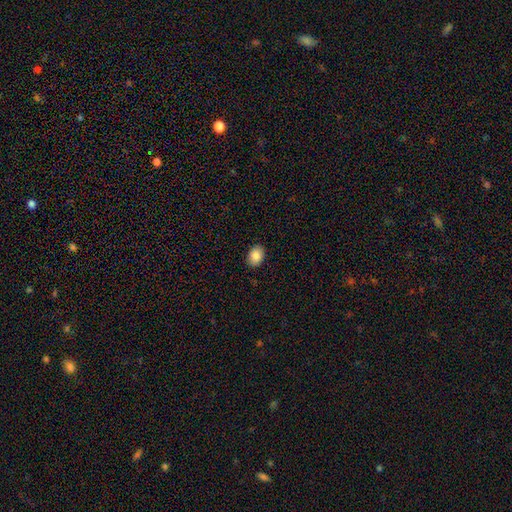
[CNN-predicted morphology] Q: Smooth or featured?
A: smooth (88%); runner-up: star or artifact (8%)
Q: How rounded?
A: in between (76%); runner-up: round (23%)
Q: Merging?
A: none (89%); runner-up: minor disturbance (8%)